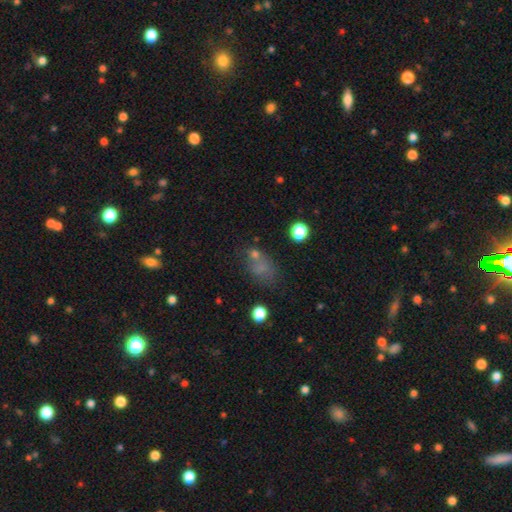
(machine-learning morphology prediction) This is possibly a smooth galaxy (59%). How rounded: likely in between (66%). Merging: possibly none (52%).